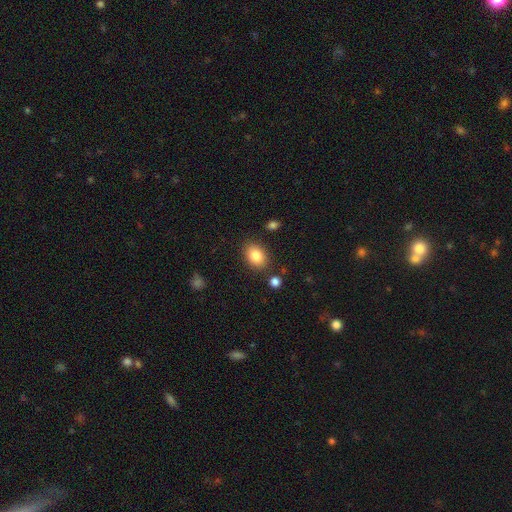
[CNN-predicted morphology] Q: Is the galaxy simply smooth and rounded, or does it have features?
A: smooth — 84%.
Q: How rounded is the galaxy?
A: in between — 77%.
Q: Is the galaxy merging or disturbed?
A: none — 83%.